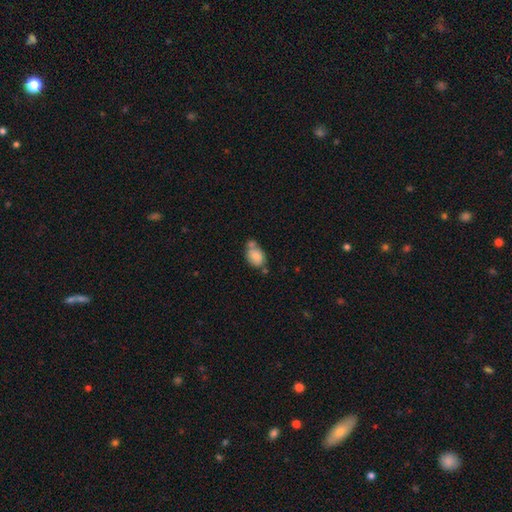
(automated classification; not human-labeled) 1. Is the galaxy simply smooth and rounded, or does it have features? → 79% smooth, 13% featured or disk, 8% star or artifact.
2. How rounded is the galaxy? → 78% in between, 21% round, 1% cigar-shaped.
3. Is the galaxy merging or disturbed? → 41% none, 32% merger, 21% minor disturbance, 6% major disturbance.